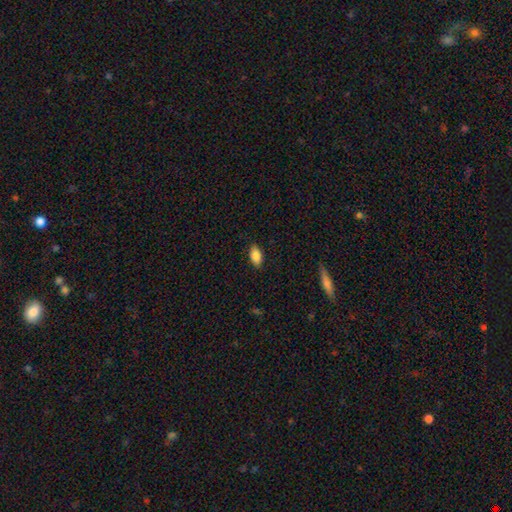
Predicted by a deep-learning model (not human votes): Overall: smooth (86%). How rounded: in between (91%). Merging: none (86%).